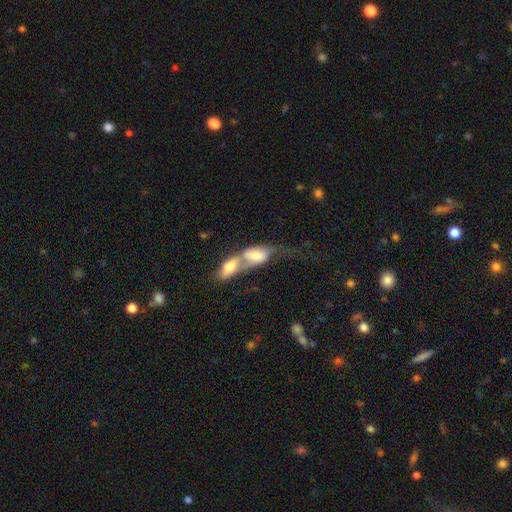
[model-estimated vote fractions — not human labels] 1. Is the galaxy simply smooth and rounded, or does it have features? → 56% smooth, 37% featured or disk, 7% star or artifact.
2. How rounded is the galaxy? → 84% in between, 10% cigar-shaped, 6% round.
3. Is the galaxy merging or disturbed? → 82% merger, 7% none, 7% major disturbance, 4% minor disturbance.